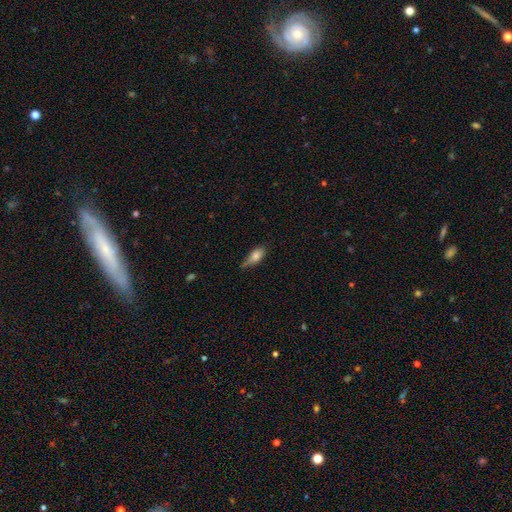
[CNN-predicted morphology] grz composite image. It shows a smooth galaxy with no disk features (79%) that is in between round and cigar-shaped (80%). Merging: none (48%).